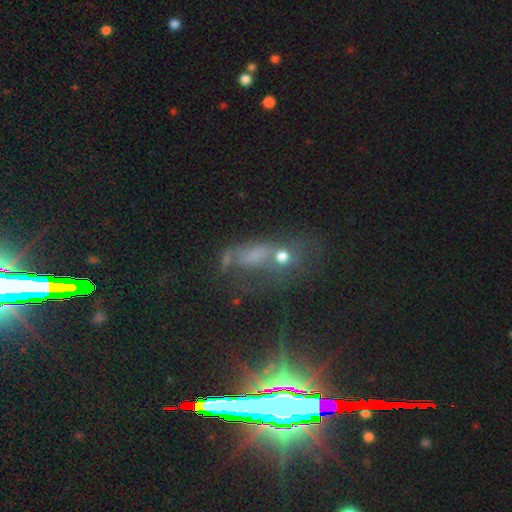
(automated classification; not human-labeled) smooth_or_featured: star or artifact (p=0.39) [alt: smooth p=0.33]